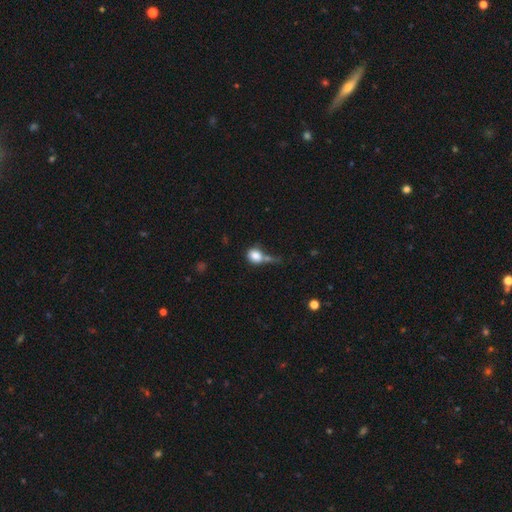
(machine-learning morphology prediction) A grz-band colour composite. It shows a smooth galaxy with no disk features (81%) that is round (69%). Merging: none (35%).